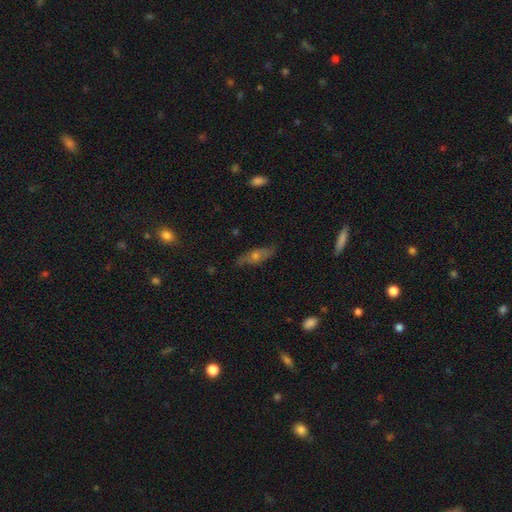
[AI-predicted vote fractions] This is possibly a featured or disk galaxy (54%). It is possibly viewed edge-on (59%). Merging: clearly none (81%).